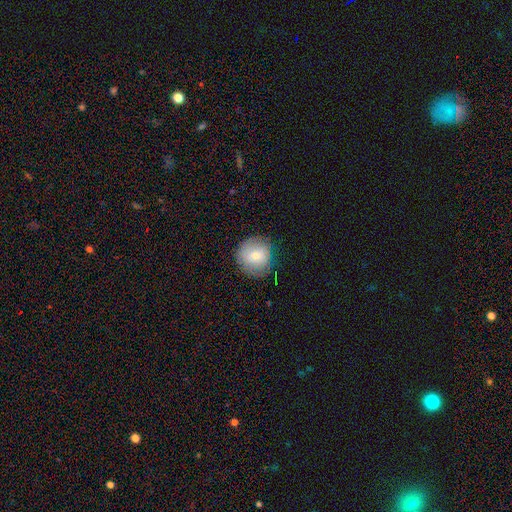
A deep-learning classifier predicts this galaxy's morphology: Overall: smooth (69%). How rounded: round (91%). Merging: none (79%).